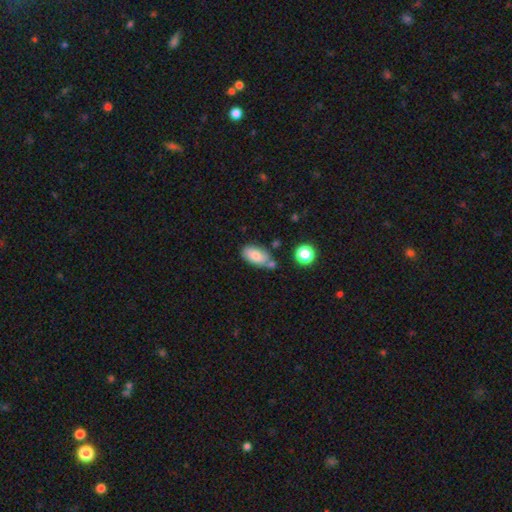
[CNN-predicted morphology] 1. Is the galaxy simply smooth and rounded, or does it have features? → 78% smooth, 14% featured or disk, 8% star or artifact.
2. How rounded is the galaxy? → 92% in between, 4% cigar-shaped, 4% round.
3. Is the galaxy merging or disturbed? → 58% none, 21% minor disturbance, 17% merger, 5% major disturbance.